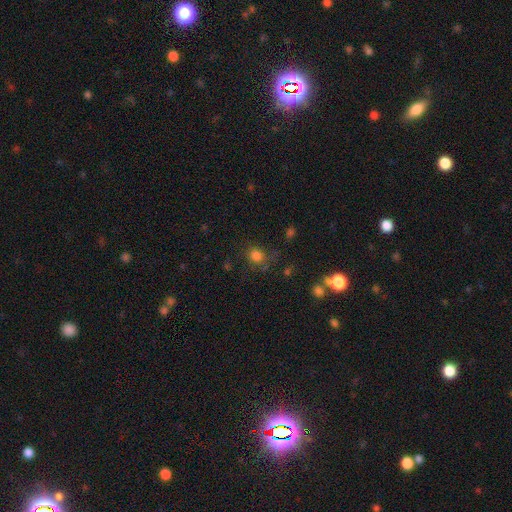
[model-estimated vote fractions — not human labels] A smooth galaxy with no disk features (77%) that is round (73%). Merging: none (63%).